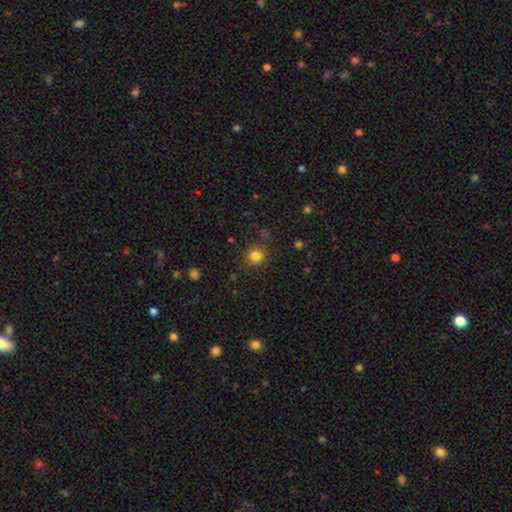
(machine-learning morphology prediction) This is clearly a smooth galaxy (82%). How rounded: clearly round (90%). Merging: clearly none (86%).